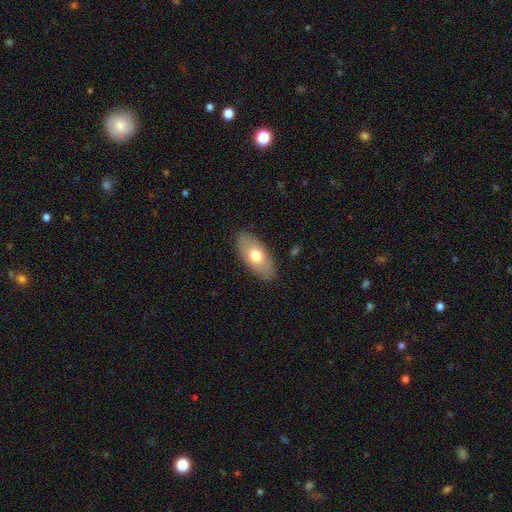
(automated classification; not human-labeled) This is likely a smooth galaxy (67%). How rounded: clearly in between (91%). Merging: clearly none (86%).